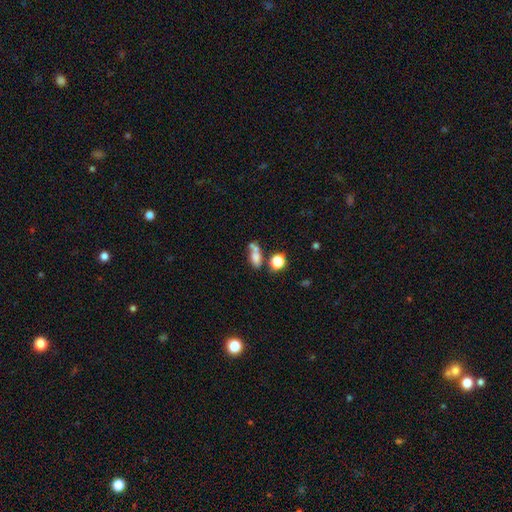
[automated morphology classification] type=smooth (70%); roundness=in between (69%); merging=merger (39%).